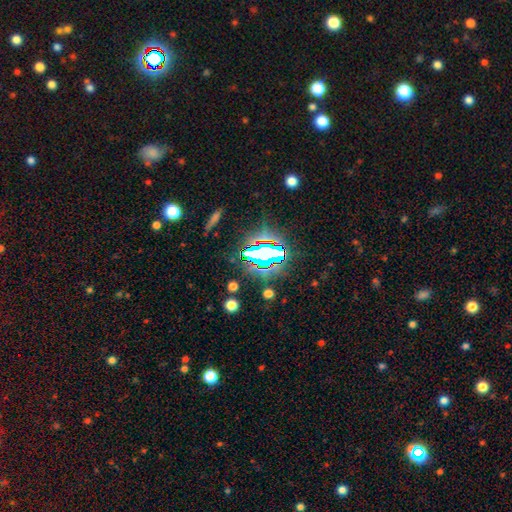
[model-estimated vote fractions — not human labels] Smooth or featured?
  - star or artifact: 79% *
  - smooth: 12%
  - featured or disk: 10%